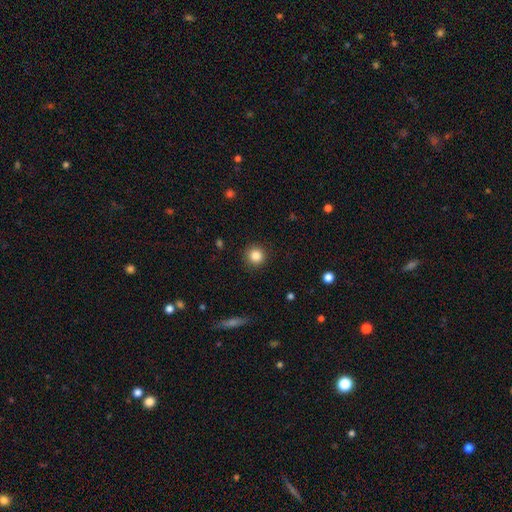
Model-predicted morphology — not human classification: Q: Smooth or featured?
A: smooth (86%); runner-up: star or artifact (10%)
Q: How rounded?
A: round (94%); runner-up: in between (5%)
Q: Merging?
A: none (91%); runner-up: minor disturbance (6%)